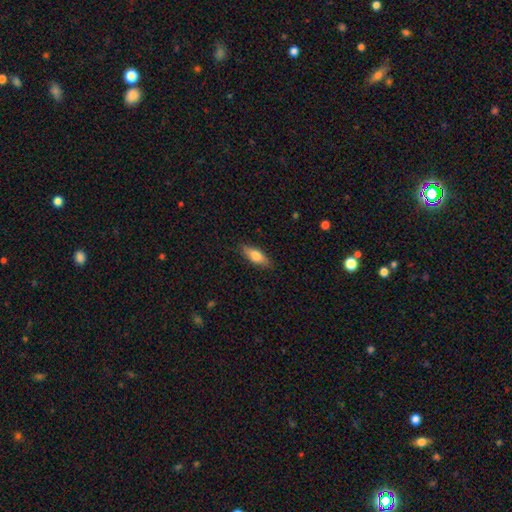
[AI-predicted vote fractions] Q: Smooth or featured?
A: smooth (72%); runner-up: featured or disk (22%)
Q: How rounded?
A: in between (66%); runner-up: cigar-shaped (31%)
Q: Merging?
A: none (86%); runner-up: minor disturbance (11%)